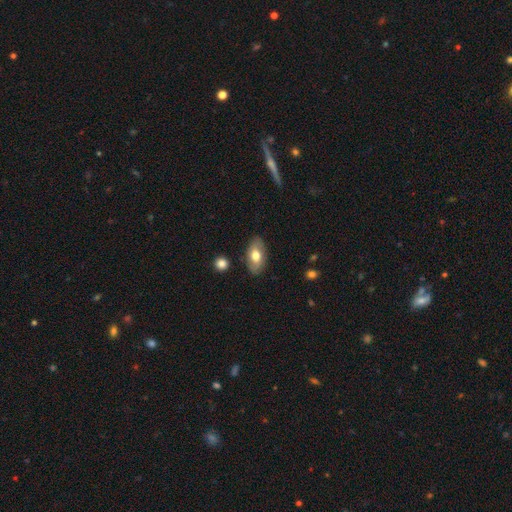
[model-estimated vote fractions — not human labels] Smooth or featured? Predicted: smooth (p=0.65). How rounded? Predicted: in between (p=0.93). Merging? Predicted: none (p=0.84).